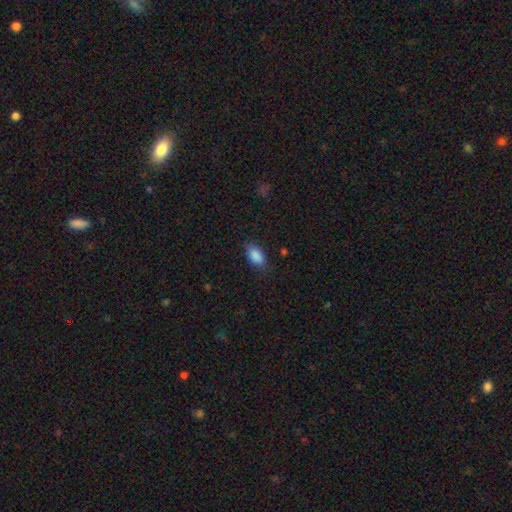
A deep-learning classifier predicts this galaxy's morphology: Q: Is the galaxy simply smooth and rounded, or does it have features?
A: smooth — 88%.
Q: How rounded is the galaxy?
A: in between — 91%.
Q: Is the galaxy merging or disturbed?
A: none — 79%.